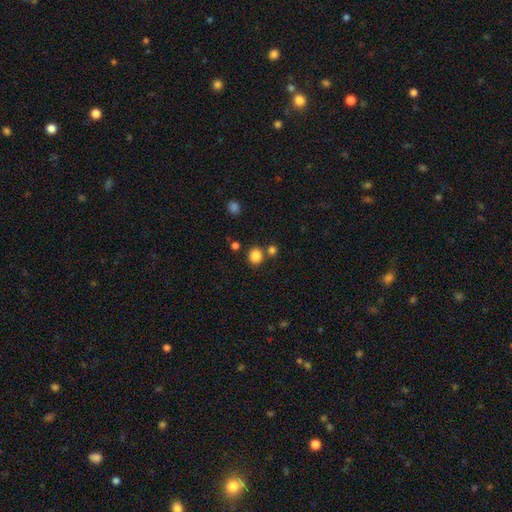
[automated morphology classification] smooth 85%, star or artifact 11%, featured or disk 4%. Down the decision tree: how rounded — round (84%); merging — none (74%).